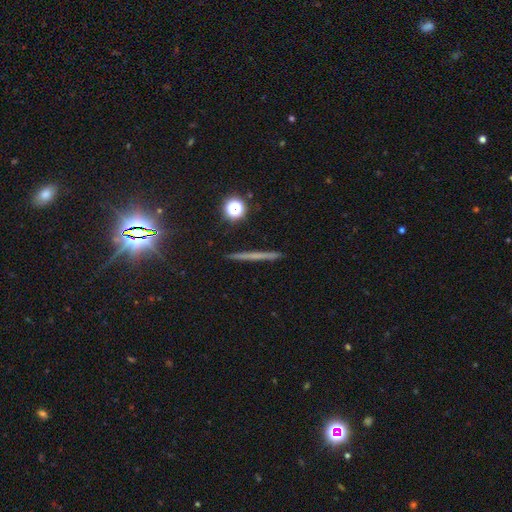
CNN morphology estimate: The model was most divided on "smooth or featured": featured or disk: 44%, smooth: 41%, star or artifact: 15%. More confident: merging — none (91%).